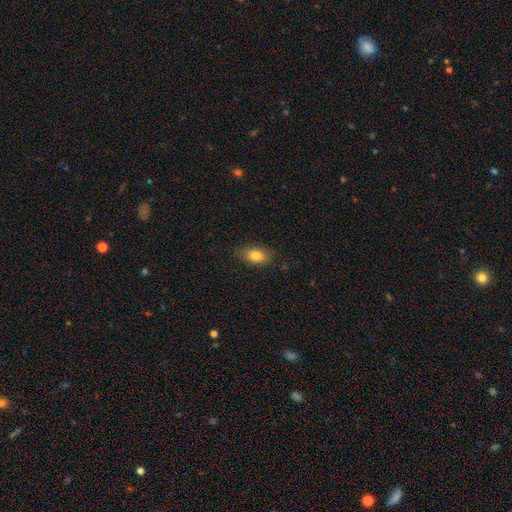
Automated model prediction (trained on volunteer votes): This is clearly a smooth galaxy (82%). How rounded: clearly in between (87%). Merging: clearly none (82%).